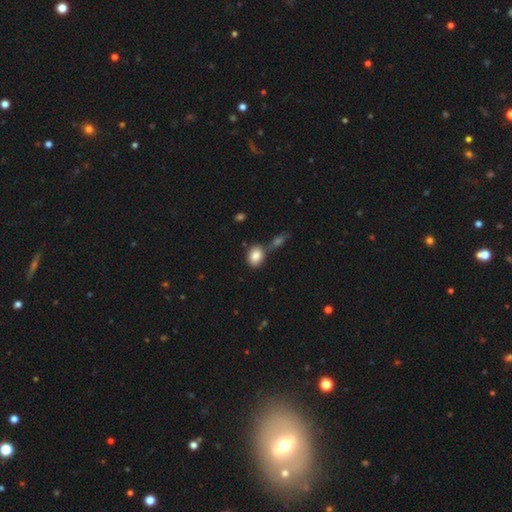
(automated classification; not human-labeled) Smooth or featured? smooth (85%)
How rounded? in between (71%)
Merging? none (57%)